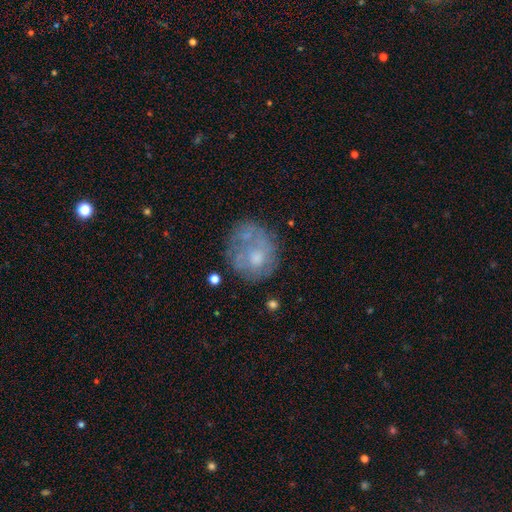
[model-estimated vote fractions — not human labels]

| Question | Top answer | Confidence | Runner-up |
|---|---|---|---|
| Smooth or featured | featured or disk | 46% | smooth (44%) |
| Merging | none | 55% | minor disturbance (22%) |